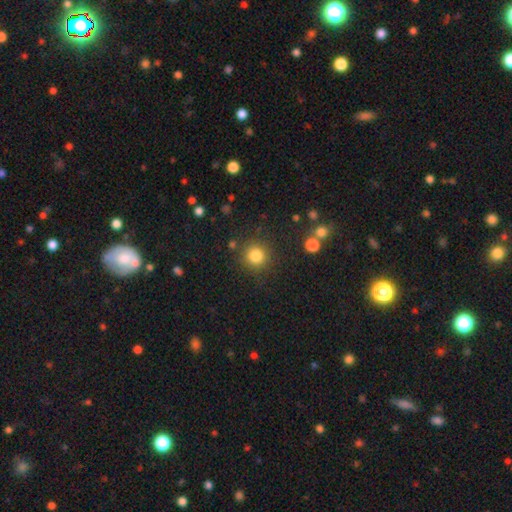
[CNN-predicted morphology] Smooth or featured: smooth — 82% (star or artifact — 12%)
How rounded: round — 93% (in between — 6%)
Merging: none — 87% (minor disturbance — 7%)